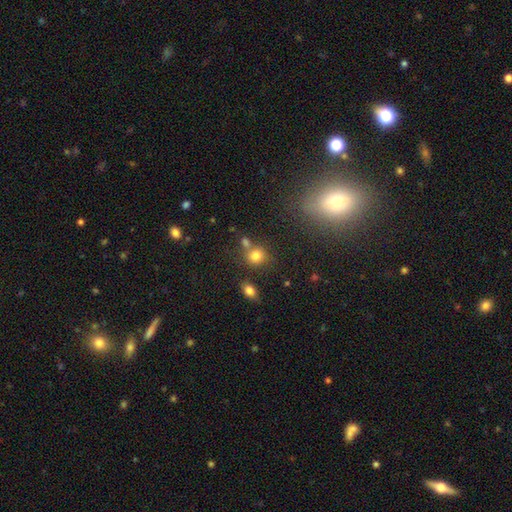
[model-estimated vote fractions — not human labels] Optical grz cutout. It shows a smooth galaxy with no disk features (78%) that is round (79%). Merging: none (63%).